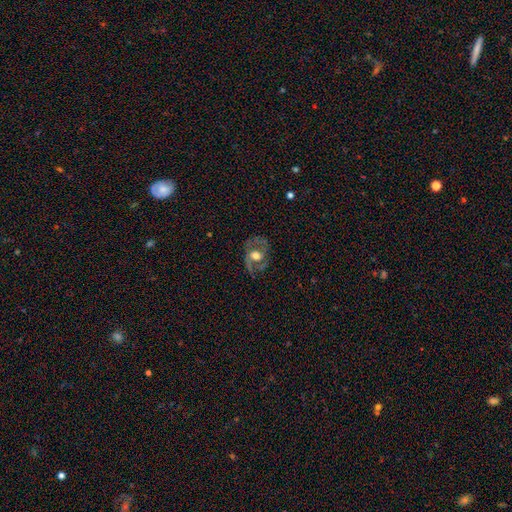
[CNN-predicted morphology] Overall: featured or disk (68%). Edge-on disk: no (95%). Bar: no (65%; weak 27%). Spiral arms: yes (70%; no 30%). Bulge size: moderate (59%; large 31%). Merging: none (66%).